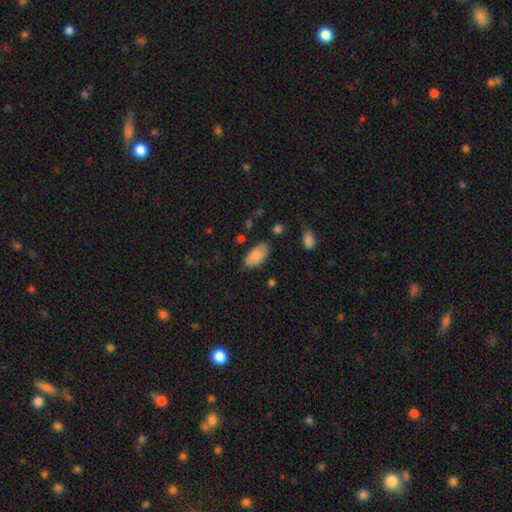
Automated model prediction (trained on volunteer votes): The model was most divided on "merging": none: 73%, minor disturbance: 20%, major disturbance: 4%, merger: 2%. More confident: how rounded — in between (94%); smooth or featured — smooth (85%).